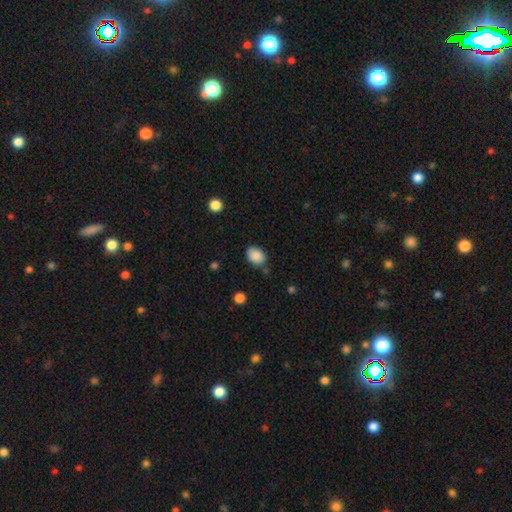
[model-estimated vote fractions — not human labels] Smooth or featured? smooth (88%)
How rounded? in between (70%)
Merging? none (77%)